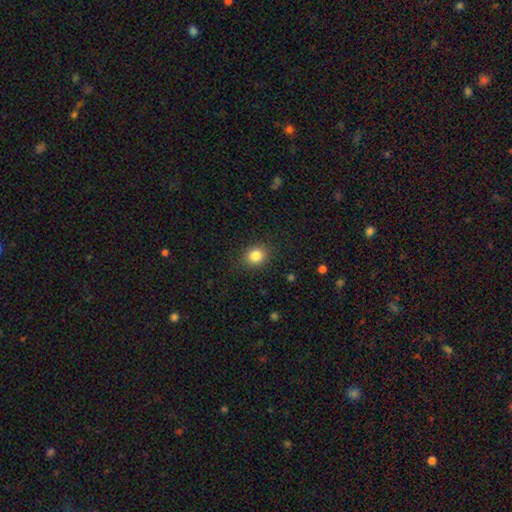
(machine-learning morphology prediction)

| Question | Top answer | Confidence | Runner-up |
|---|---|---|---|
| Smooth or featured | smooth | 85% | star or artifact (10%) |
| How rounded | round | 69% | in between (30%) |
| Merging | none | 87% | minor disturbance (9%) |